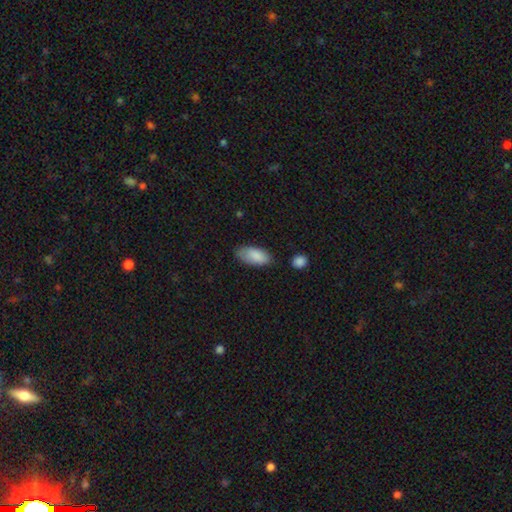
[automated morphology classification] This is clearly a smooth galaxy (86%). How rounded: clearly in between (90%). Merging: likely none (69%).